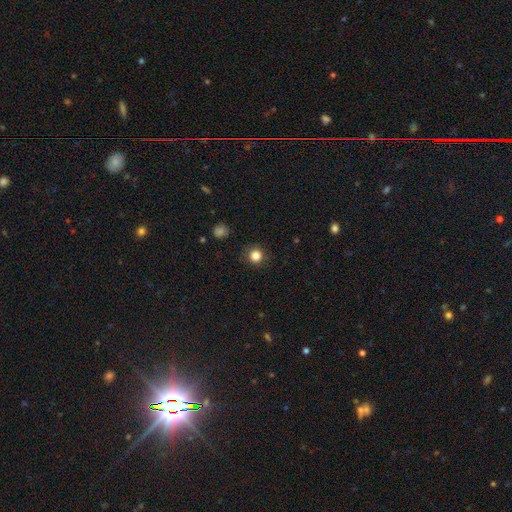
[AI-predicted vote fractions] Smooth or featured? smooth (83%)
How rounded? round (94%)
Merging? none (89%)